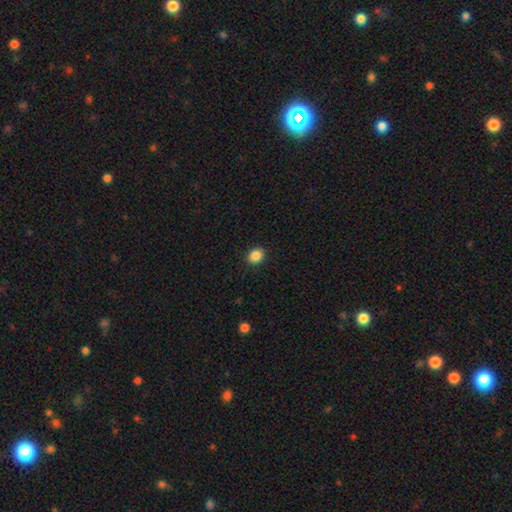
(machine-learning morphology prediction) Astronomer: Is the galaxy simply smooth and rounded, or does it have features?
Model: smooth — 87%.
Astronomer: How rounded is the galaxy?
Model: round — 62% (runner-up: in between, 38%).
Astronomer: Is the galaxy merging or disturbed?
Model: none — 91%.